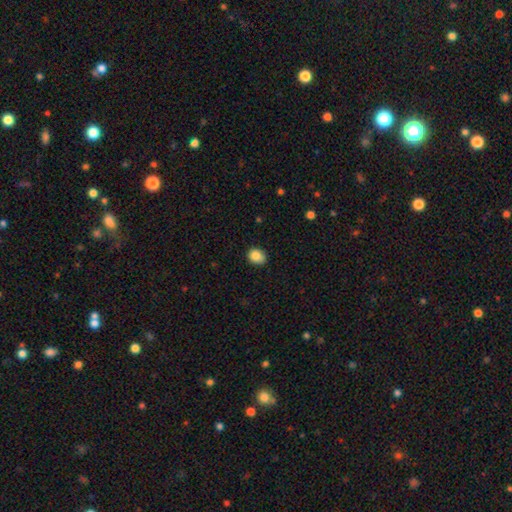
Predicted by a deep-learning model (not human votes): Smooth or featured: smooth — 85% (star or artifact — 9%)
How rounded: round — 61% (in between — 38%)
Merging: none — 82% (minor disturbance — 15%)